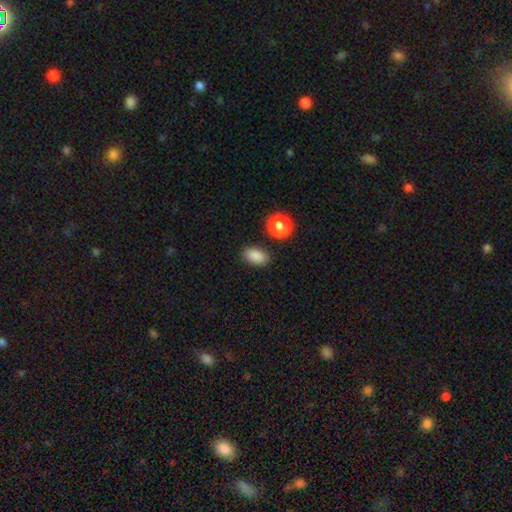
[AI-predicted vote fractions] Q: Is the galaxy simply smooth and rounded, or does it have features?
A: smooth — 87%.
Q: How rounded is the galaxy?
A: in between — 86%.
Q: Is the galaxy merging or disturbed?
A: none — 83%.